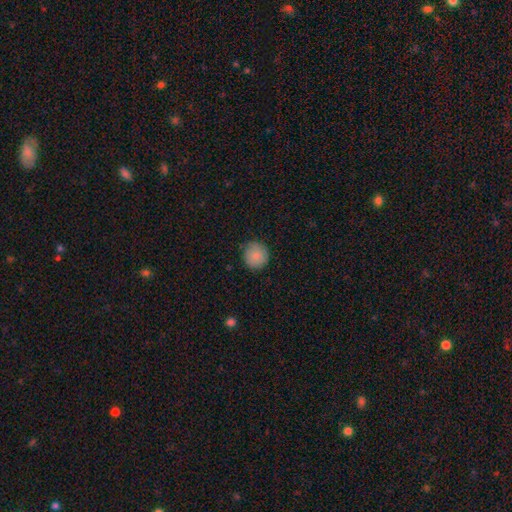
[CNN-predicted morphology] A smooth galaxy with no disk features (85%) that is round (93%). Merging: none (81%).